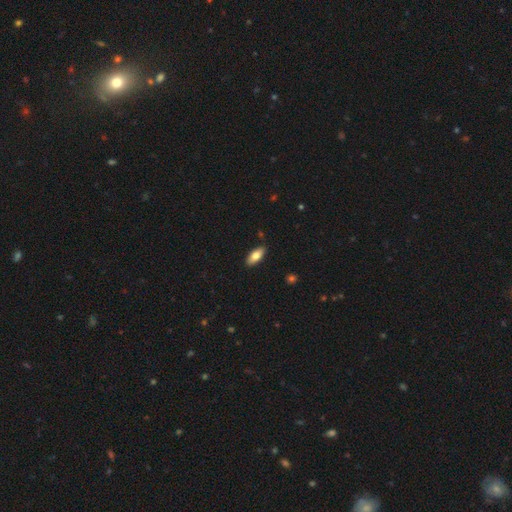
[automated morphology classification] The model was most divided on "smooth or featured": smooth: 79%, featured or disk: 15%, star or artifact: 6%. More confident: merging — none (88%); how rounded — in between (83%).